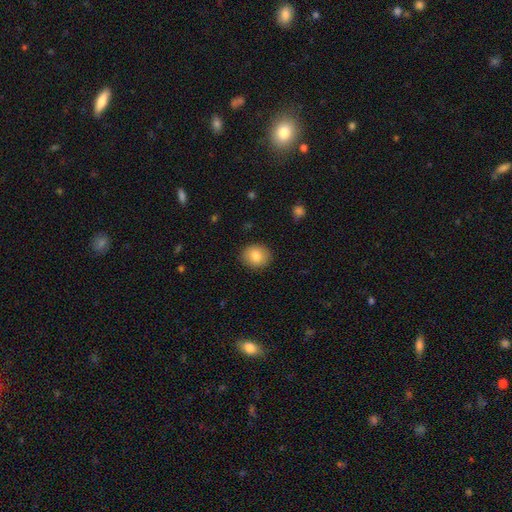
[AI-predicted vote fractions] Overall: smooth (83%). How rounded: round (74%). Merging: none (89%).